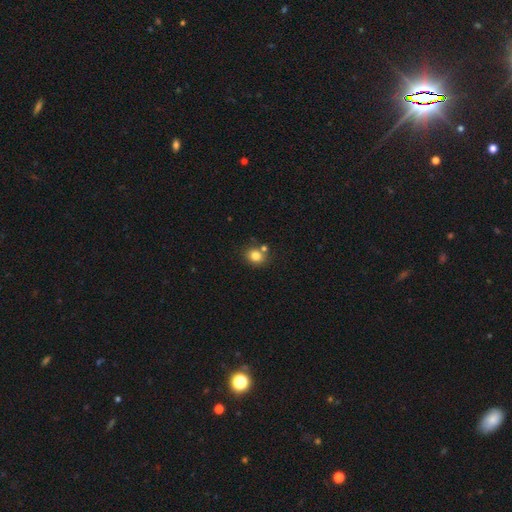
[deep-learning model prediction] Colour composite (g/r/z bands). It shows a smooth galaxy with no disk features (81%) that is round (63%). Merging: none (68%).